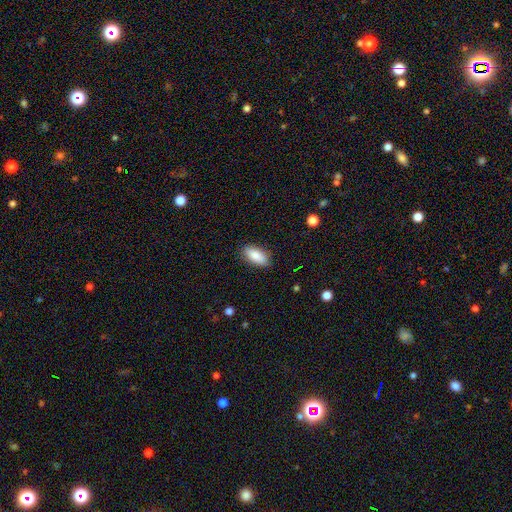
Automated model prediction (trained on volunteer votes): Smooth or featured? smooth (87%)
How rounded? in between (88%)
Merging? none (87%)